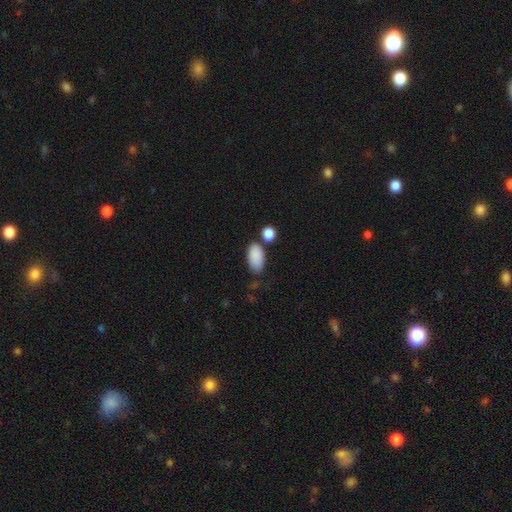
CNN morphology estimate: Smooth or featured? smooth (88%)
How rounded? in between (93%)
Merging? none (63%)